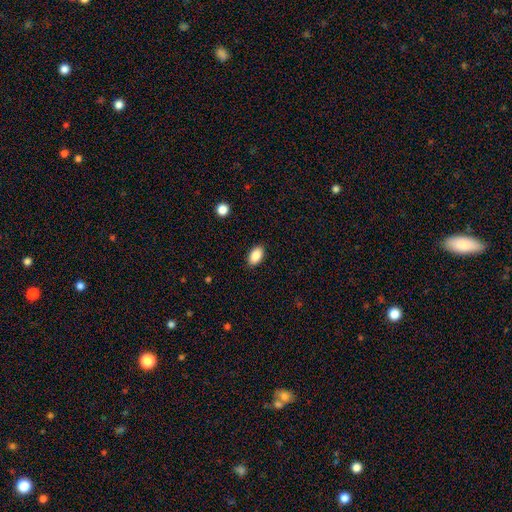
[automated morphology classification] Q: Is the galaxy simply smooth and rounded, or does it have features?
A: smooth — 88%.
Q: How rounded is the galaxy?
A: in between — 93%.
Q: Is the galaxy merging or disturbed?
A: none — 88%.